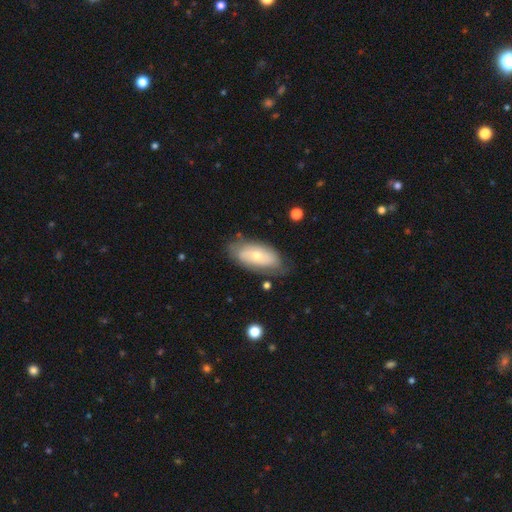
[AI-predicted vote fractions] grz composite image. It shows a smooth galaxy with no disk features (47%). Merging: none (72%).